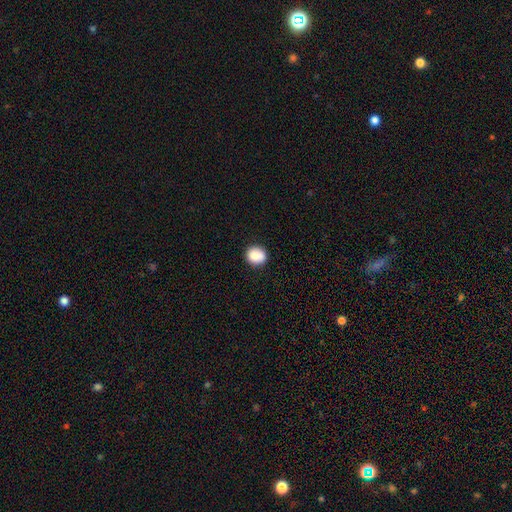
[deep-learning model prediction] Overall: smooth (83%). How rounded: round (80%). Merging: none (75%).